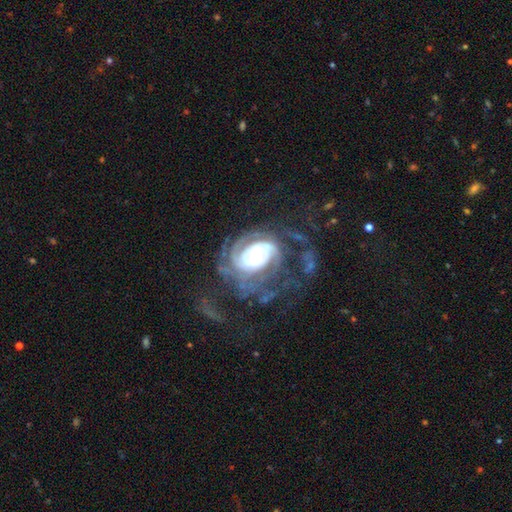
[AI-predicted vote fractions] A featured or disk galaxy (88%) with a weak bar (41%), tight (62%) spiral arms (95%) and a moderate central bulge (57%).

Vote fractions:
- Smooth or featured? featured or disk: 88% / smooth: 6% / star or artifact: 6%
- Edge-on disk? no: 97% / yes: 3%
- Bar? weak: 41% / no: 31% / strong: 27%
- Spiral arms? yes: 95% / no: 5%
- Spiral winding? tight: 62% / medium: 28% / loose: 10%
- Spiral arm count? can't tell: 32% / 2: 31% / 3: 15% / 4: 9% / 1: 7% / more than 4: 6%
- Bulge size? moderate: 57% / small: 30% / large: 11% / dominant: 1% / none: 1%
- Merging? none: 45% / major disturbance: 33% / minor disturbance: 18% / merger: 4%